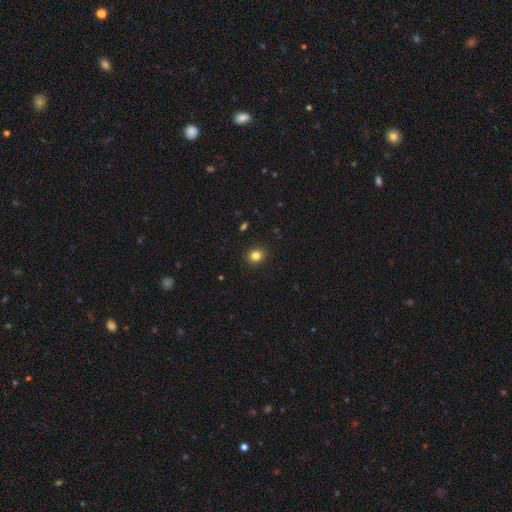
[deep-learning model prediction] Smooth or featured? smooth (83%)
How rounded? round (70%)
Merging? none (91%)